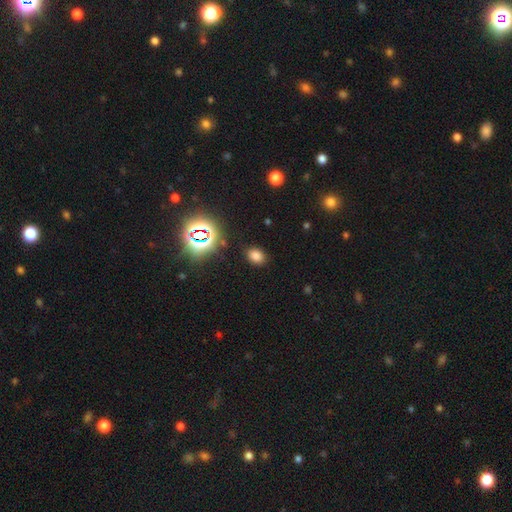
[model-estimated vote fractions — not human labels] Q: Smooth or featured?
A: smooth (72%); runner-up: star or artifact (22%)
Q: How rounded?
A: in between (64%); runner-up: round (35%)
Q: Merging?
A: none (86%); runner-up: minor disturbance (9%)